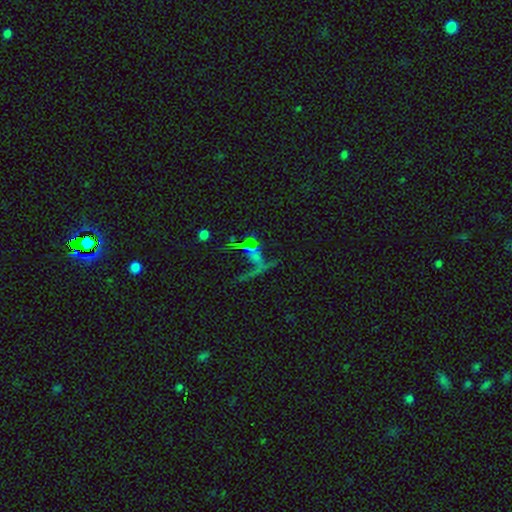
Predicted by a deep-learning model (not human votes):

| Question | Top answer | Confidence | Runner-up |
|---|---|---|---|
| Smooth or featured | star or artifact | 49% | featured or disk (29%) |